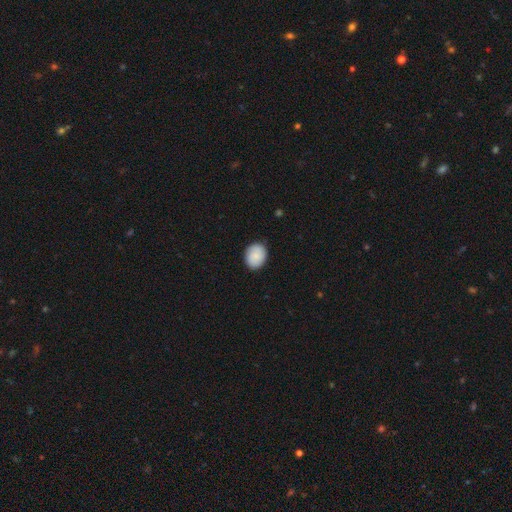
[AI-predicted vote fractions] smooth 80%, featured or disk 13%, star or artifact 7%. Down the decision tree: how rounded — round (54%); merging — none (86%).